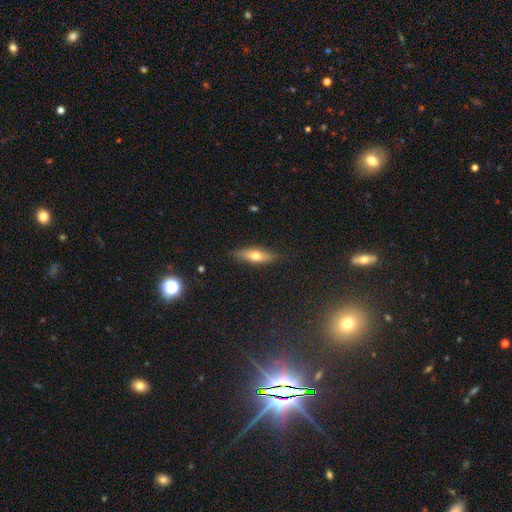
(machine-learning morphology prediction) Q: Smooth or featured?
A: smooth (62%); runner-up: featured or disk (31%)
Q: How rounded?
A: in between (52%); runner-up: cigar-shaped (45%)
Q: Merging?
A: none (83%); runner-up: minor disturbance (13%)